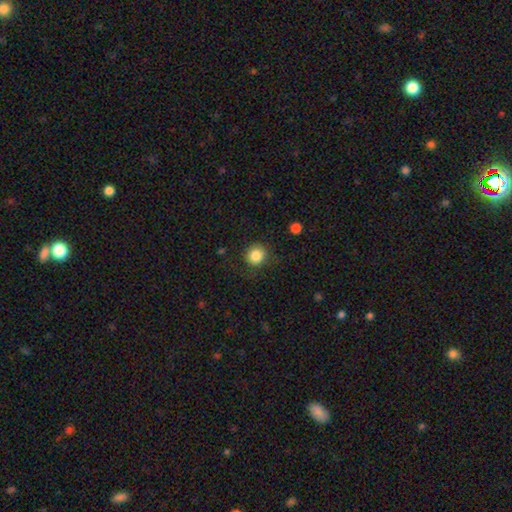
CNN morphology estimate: type=smooth (85%); roundness=round (90%); merging=none (84%).